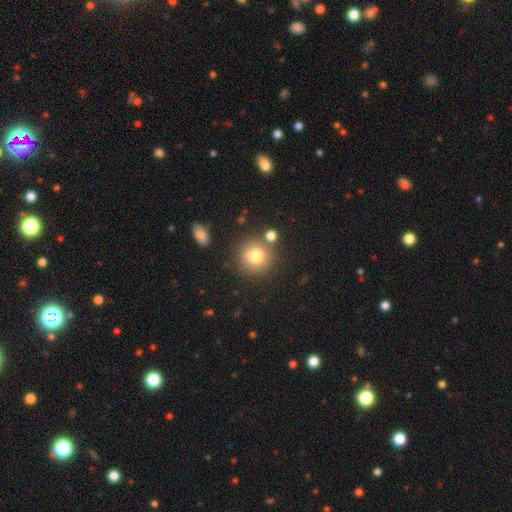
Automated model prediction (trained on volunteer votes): This appears to be a smooth galaxy with no disk features (75%) that is round (92%). Merging: none (77%).